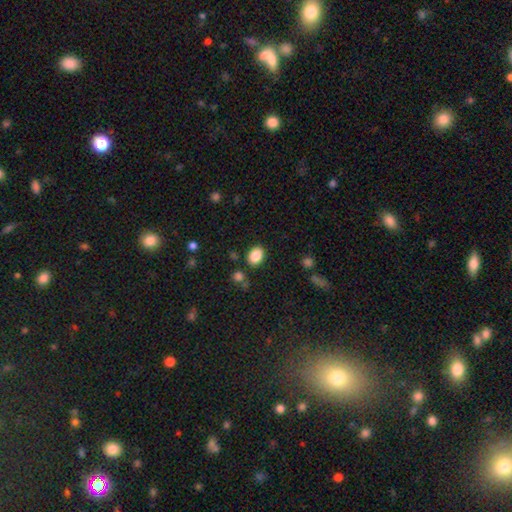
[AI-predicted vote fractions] smooth-or-featured: smooth: 87% | star or artifact: 9% | featured or disk: 4%
  how-rounded: in between: 72% | round: 27% | cigar-shaped: 1%
  merging: none: 84% | minor disturbance: 10% | merger: 3% | major disturbance: 3%